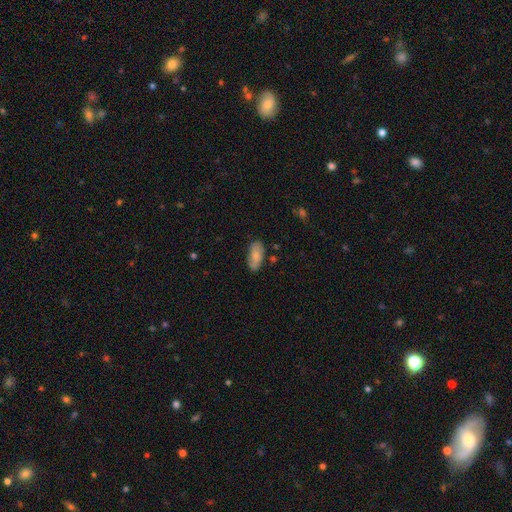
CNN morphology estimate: smooth 77%, featured or disk 17%, star or artifact 6%. Down the decision tree: how rounded — in between (90%); merging — none (77%).